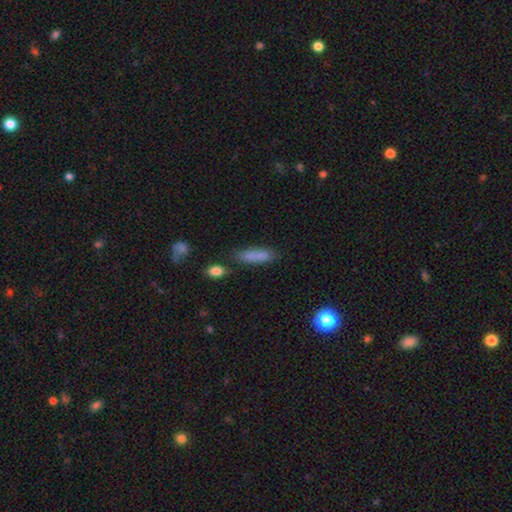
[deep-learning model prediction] Smooth or featured?
  - smooth: 82% *
  - featured or disk: 9%
  - star or artifact: 9%
How rounded?
  - cigar-shaped: 69% *
  - in between: 29%
  - round: 2%
Merging?
  - none: 76% *
  - minor disturbance: 15%
  - merger: 5%
  - major disturbance: 4%